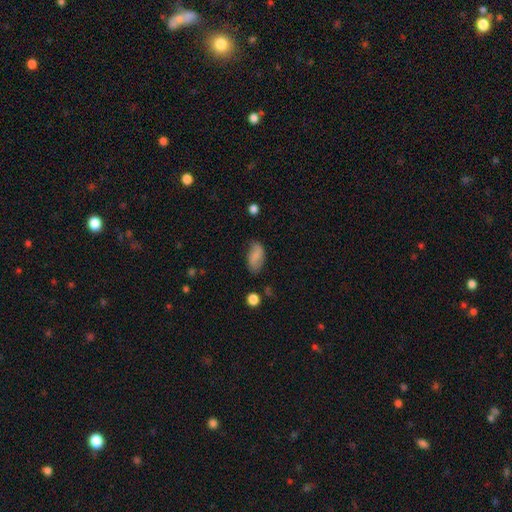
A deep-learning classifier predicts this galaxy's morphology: smooth 75%, featured or disk 17%, star or artifact 7%. Down the decision tree: how rounded — in between (93%); merging — none (68%).